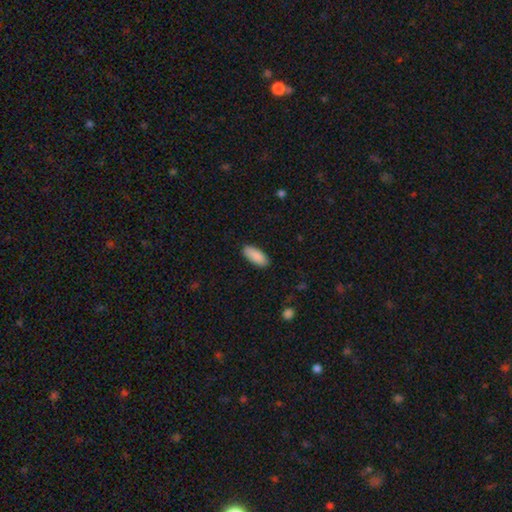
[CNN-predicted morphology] The model was most divided on "how rounded": in between: 82%, cigar-shaped: 16%, round: 2%. More confident: smooth or featured — smooth (90%); merging — none (88%).